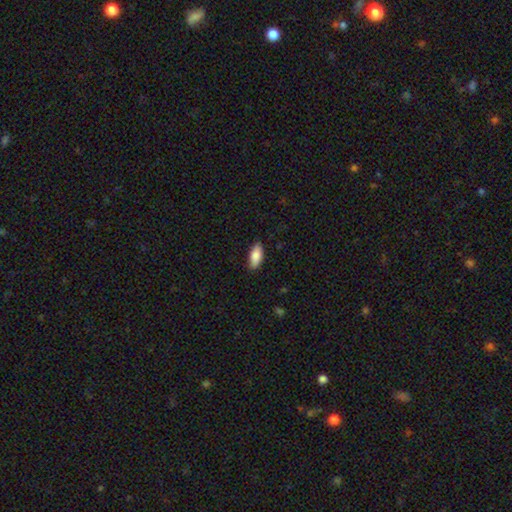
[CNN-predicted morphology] smooth-or-featured: smooth: 86% | featured or disk: 8% | star or artifact: 6%
  how-rounded: in between: 84% | cigar-shaped: 14% | round: 2%
  merging: none: 86% | minor disturbance: 11% | major disturbance: 2% | merger: 1%